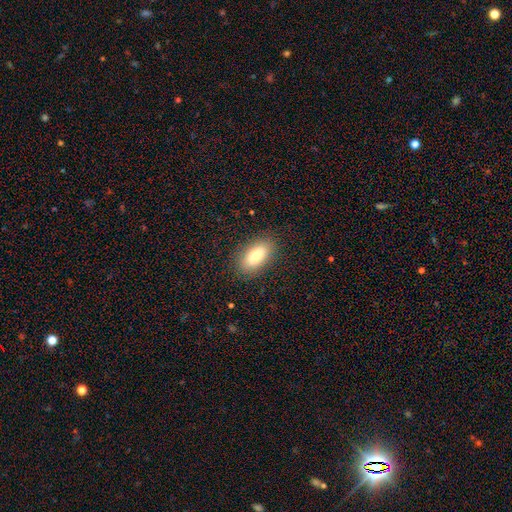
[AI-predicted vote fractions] smooth_or_featured: smooth (p=0.77) [alt: featured or disk p=0.15]
how_rounded: in between (p=0.89) [alt: cigar-shaped p=0.07]
merging: none (p=0.86) [alt: minor disturbance p=0.10]